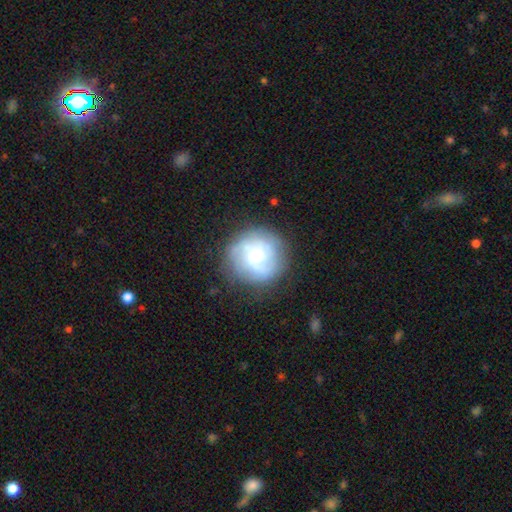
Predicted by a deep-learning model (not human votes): A featured or disk galaxy (57%) with no bar (67%), spiral arms (74%) and a moderate central bulge (65%).

Vote fractions:
- Smooth or featured? featured or disk: 57% / smooth: 34% / star or artifact: 8%
- Edge-on disk? no: 97% / yes: 3%
- Bar? no: 67% / weak: 27% / strong: 7%
- Spiral arms? yes: 74% / no: 26%
- Bulge size? moderate: 65% / small: 24% / large: 9% / dominant: 1% / none: 1%
- Merging? none: 77% / minor disturbance: 15% / major disturbance: 7% / merger: 1%